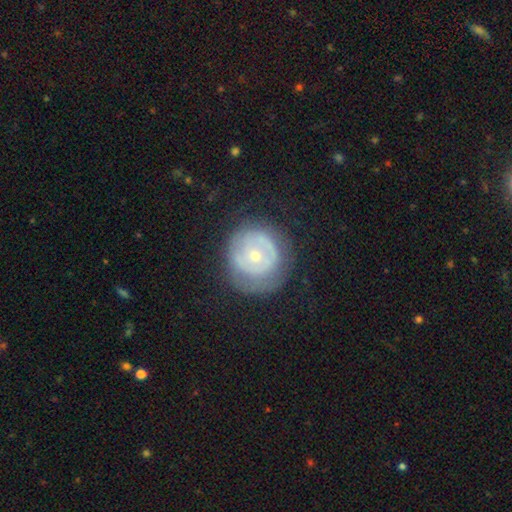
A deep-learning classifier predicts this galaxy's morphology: This appears to be a featured or disk galaxy (65%) with no bar (79%), spiral arms (57%) and a small central bulge (57%). Merging: none (66%).